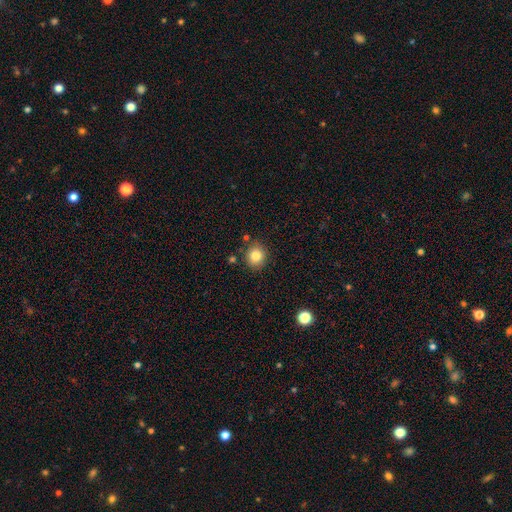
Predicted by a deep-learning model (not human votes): A smooth galaxy with no disk features (83%) that is round (80%). Merging: none (84%).